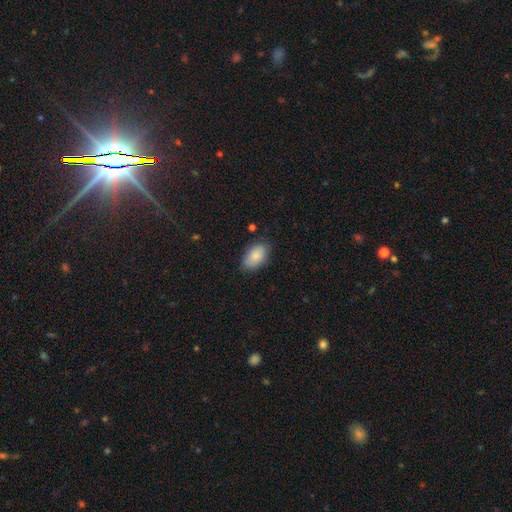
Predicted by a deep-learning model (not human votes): Smooth or featured? smooth (84%)
How rounded? in between (93%)
Merging? none (80%)